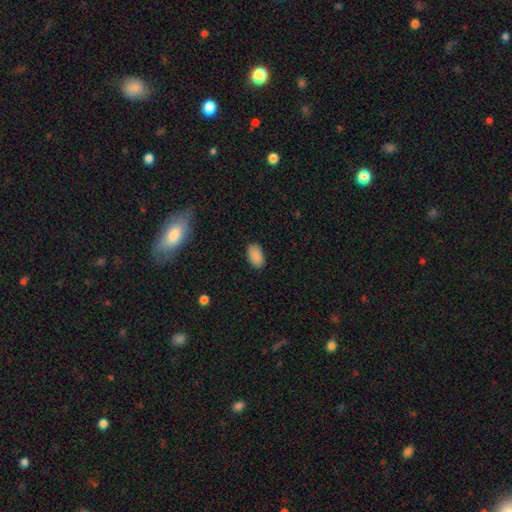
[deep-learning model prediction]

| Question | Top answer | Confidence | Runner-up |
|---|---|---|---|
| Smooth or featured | smooth | 89% | star or artifact (8%) |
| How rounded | in between | 94% | round (4%) |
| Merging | none | 87% | minor disturbance (9%) |